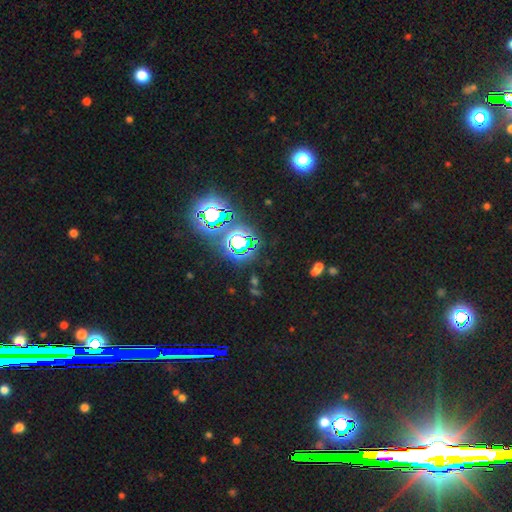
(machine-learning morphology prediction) Smooth or featured? star or artifact (79%)